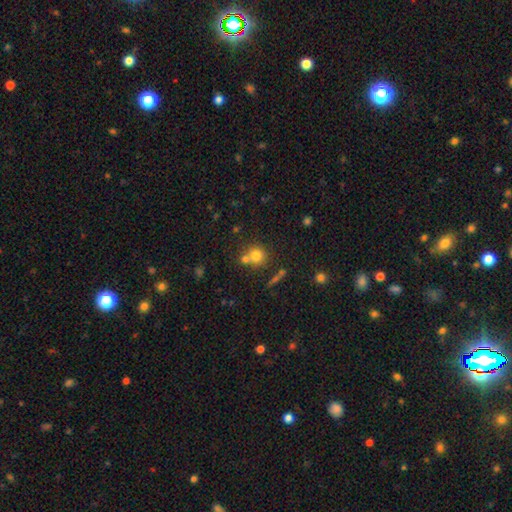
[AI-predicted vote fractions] A smooth galaxy with no disk features (75%) that is round (88%). Merging: none (53%).